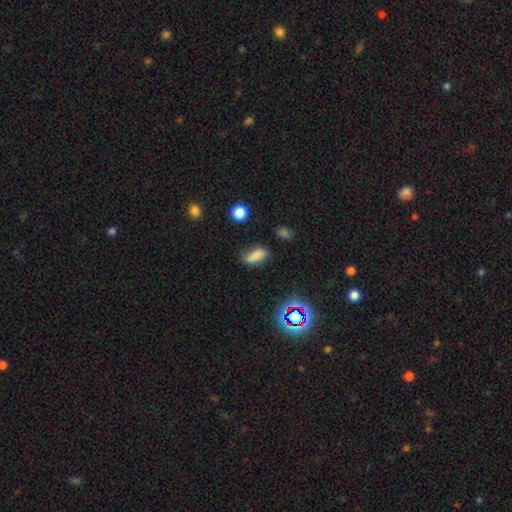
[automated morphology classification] This appears to be a smooth galaxy with no disk features (79%) that is in between round and cigar-shaped (74%). Merging: none (73%).